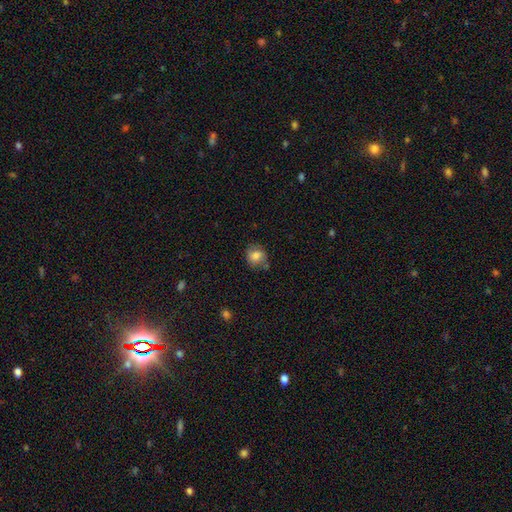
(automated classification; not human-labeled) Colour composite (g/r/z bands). It shows a smooth galaxy with no disk features (77%) that is round (74%). Merging: none (66%).